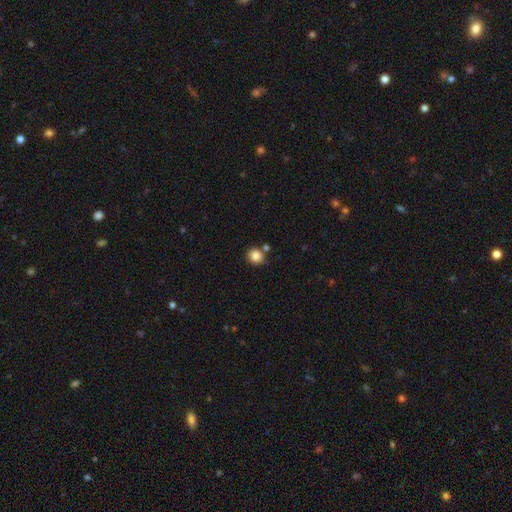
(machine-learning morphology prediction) smooth_or_featured: smooth (p=0.84) [alt: star or artifact p=0.10]
how_rounded: round (p=0.86) [alt: in between p=0.13]
merging: none (p=0.76) [alt: merger p=0.12]